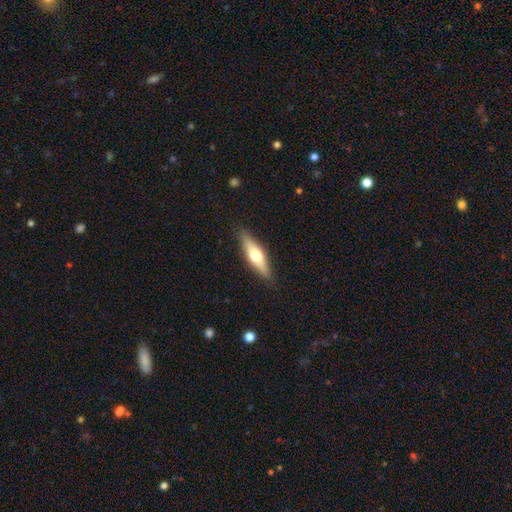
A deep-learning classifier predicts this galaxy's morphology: The model was most divided on "smooth or featured": smooth: 48%, featured or disk: 46%, star or artifact: 6%. More confident: merging — none (88%).